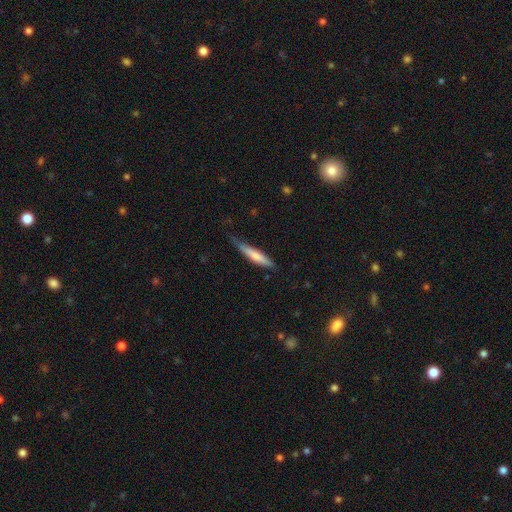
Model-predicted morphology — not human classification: smooth-or-featured: smooth: 67% | featured or disk: 27% | star or artifact: 5%
  how-rounded: cigar-shaped: 89% | in between: 10% | round: 1%
  merging: none: 60% | minor disturbance: 32% | major disturbance: 6% | merger: 2%